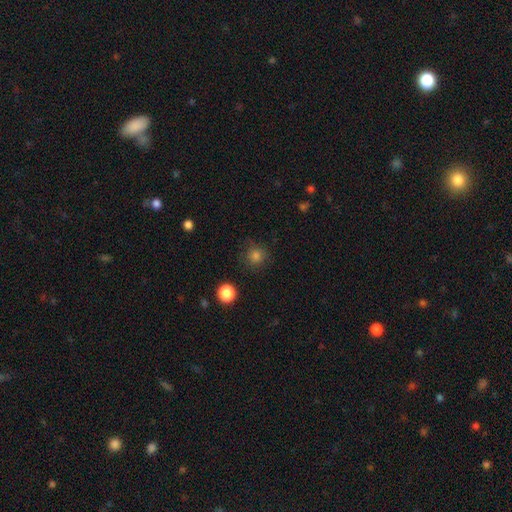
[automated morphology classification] smooth-or-featured: smooth: 80% | star or artifact: 15% | featured or disk: 5%
  how-rounded: round: 93% | in between: 6% | cigar-shaped: 1%
  merging: none: 85% | minor disturbance: 10% | major disturbance: 3% | merger: 1%